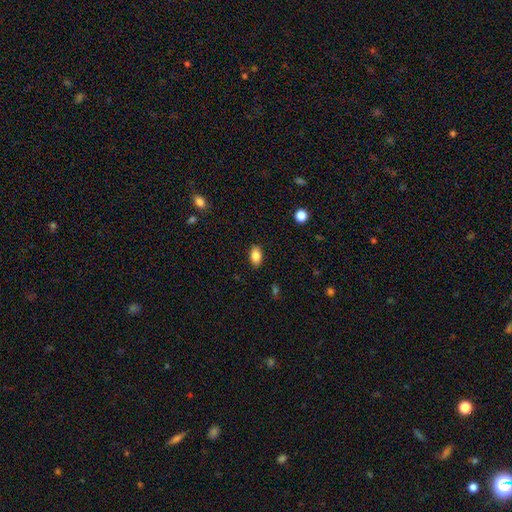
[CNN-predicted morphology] Smooth or featured? Predicted: smooth (p=0.85). How rounded? Predicted: in between (p=0.89). Merging? Predicted: none (p=0.88).